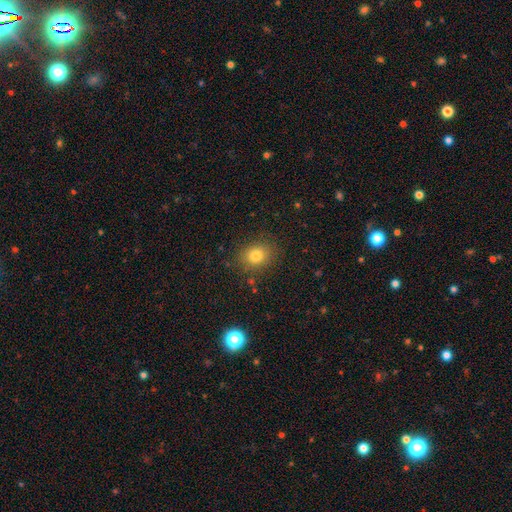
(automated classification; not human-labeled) A smooth galaxy with no disk features (79%) that is round (58%). Merging: none (84%).